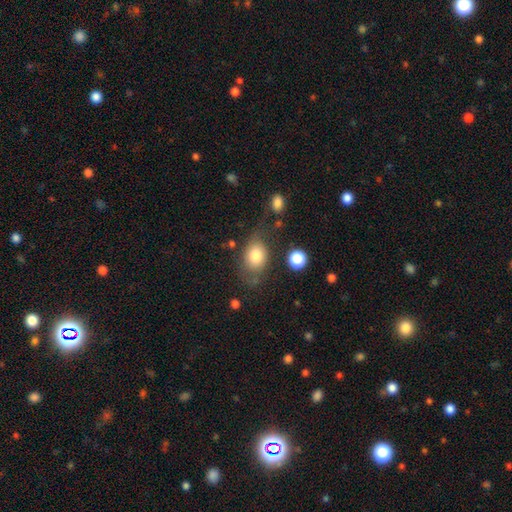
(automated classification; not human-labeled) Smooth or featured: smooth — 77% (featured or disk — 14%)
How rounded: in between — 69% (round — 29%)
Merging: none — 56% (minor disturbance — 25%)